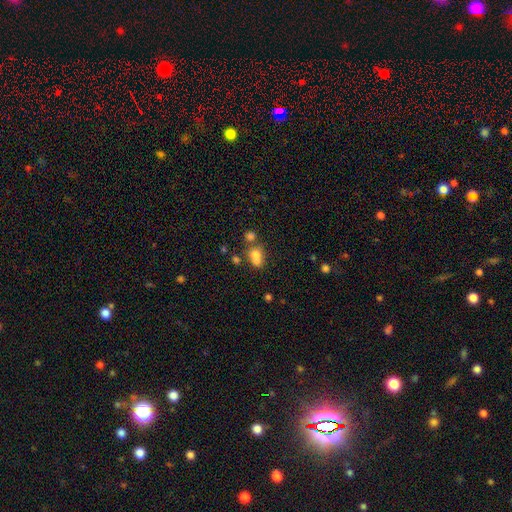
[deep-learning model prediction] Smooth or featured: smooth — 72% (featured or disk — 15%)
How rounded: in between — 58% (round — 40%)
Merging: merger — 48% (none — 33%)